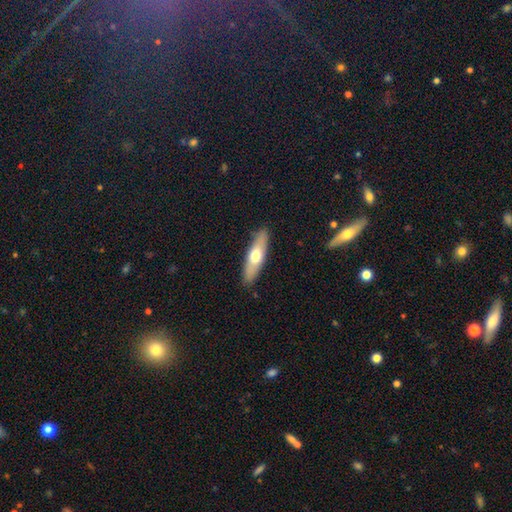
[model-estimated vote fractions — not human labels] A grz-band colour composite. It shows a smooth galaxy with no disk features (57%) that is cigar-shaped (59%). Merging: none (87%).